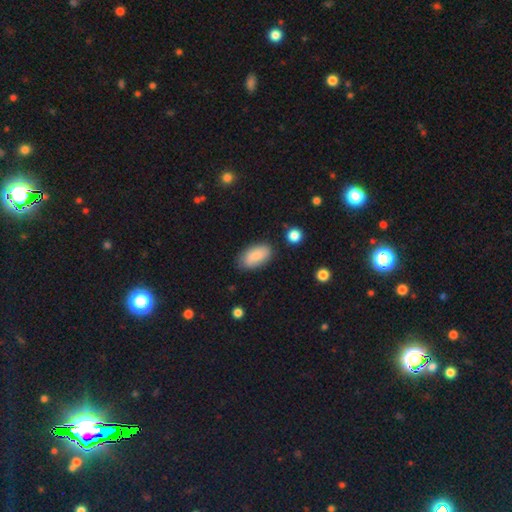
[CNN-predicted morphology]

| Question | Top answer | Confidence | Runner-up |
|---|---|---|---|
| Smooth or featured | smooth | 84% | featured or disk (9%) |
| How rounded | in between | 93% | cigar-shaped (4%) |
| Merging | none | 80% | minor disturbance (14%) |